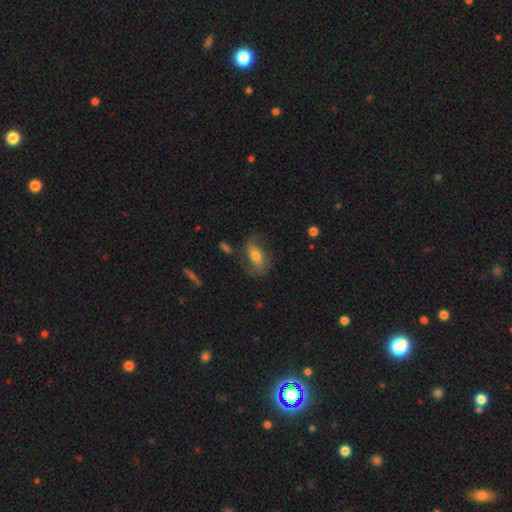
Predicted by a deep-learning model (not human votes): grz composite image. It shows a featured or disk galaxy (53%). Merging: none (59%).